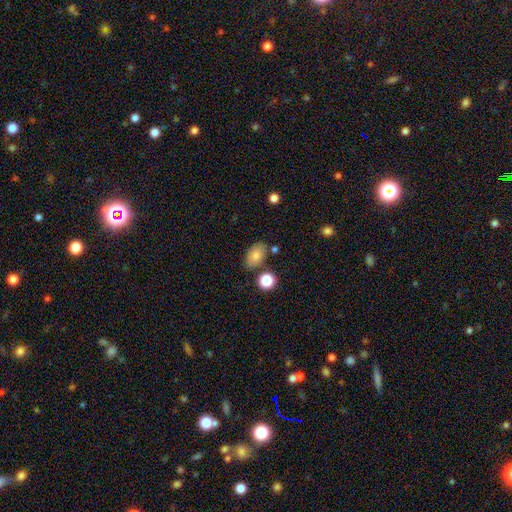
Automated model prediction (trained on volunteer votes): A smooth galaxy with no disk features (80%) that is in between round and cigar-shaped (87%).

Vote fractions:
- Smooth or featured? smooth: 80% / featured or disk: 10% / star or artifact: 9%
- How rounded? in between: 87% / round: 12% / cigar-shaped: 1%
- Merging? none: 74% / minor disturbance: 15% / merger: 7% / major disturbance: 4%